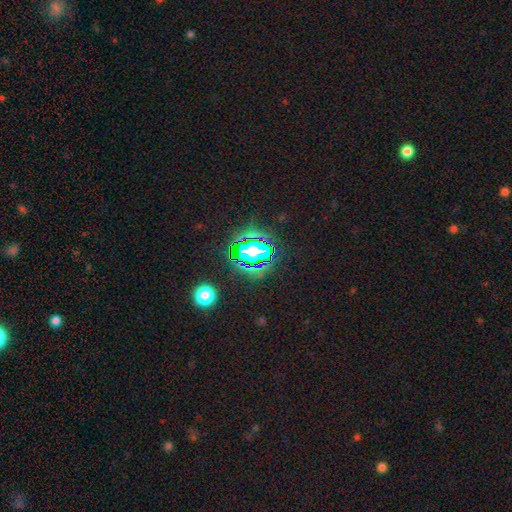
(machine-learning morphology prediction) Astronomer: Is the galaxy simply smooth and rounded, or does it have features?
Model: star or artifact — 81%.